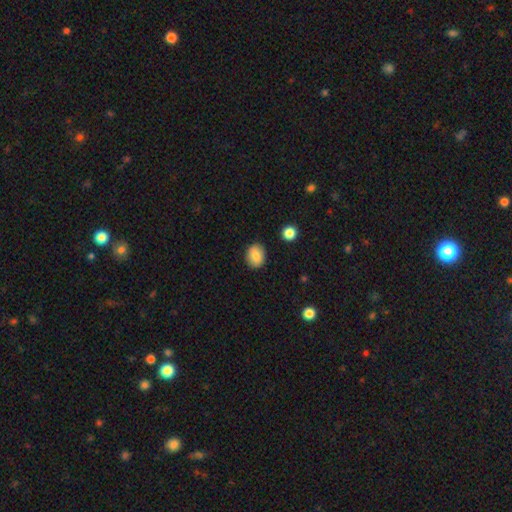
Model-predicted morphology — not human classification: The model was most divided on "how rounded": in between: 54%, round: 45%, cigar-shaped: 1%. More confident: merging — none (87%); smooth or featured — smooth (84%).